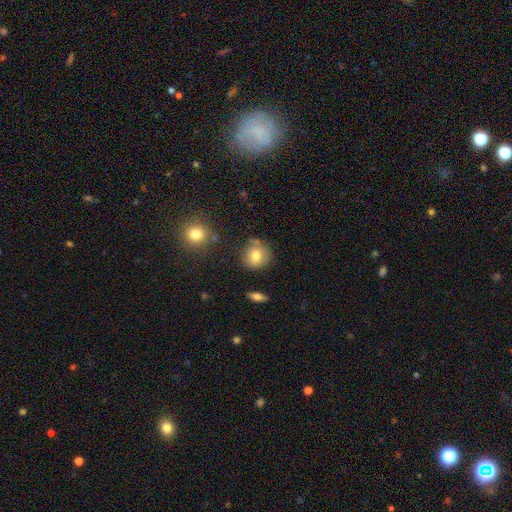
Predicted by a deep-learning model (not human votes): Smooth or featured: smooth — 78% (featured or disk — 12%)
How rounded: round — 86% (in between — 13%)
Merging: none — 75% (minor disturbance — 15%)